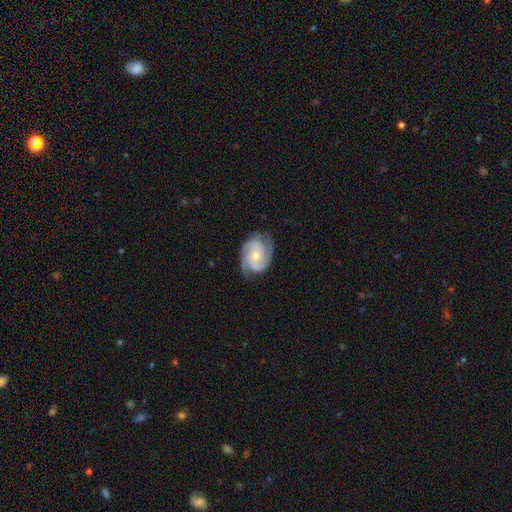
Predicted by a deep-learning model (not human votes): smooth_or_featured: featured or disk (p=0.85) [alt: smooth p=0.10]
disk_edge_on: no (p=0.97) [alt: yes p=0.03]
bar: no (p=0.58) [alt: weak p=0.32]
has_spiral_arms: yes (p=0.97) [alt: no p=0.03]
spiral_winding: medium (p=0.47) [alt: tight p=0.42]
spiral_arm_count: 2 (p=0.50) [alt: 3 p=0.32]
bulge_size: small (p=0.50) [alt: moderate p=0.45]
merging: none (p=0.74) [alt: minor disturbance p=0.19]